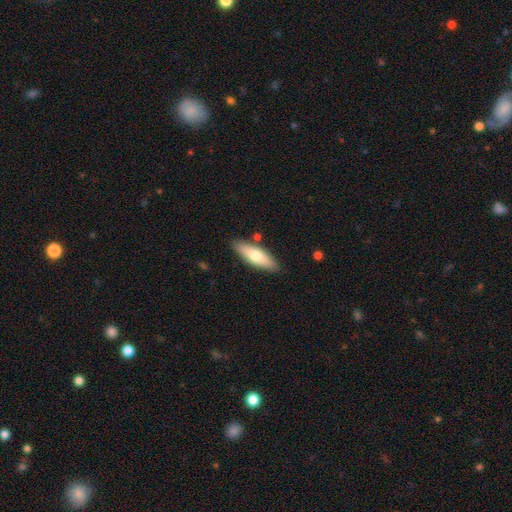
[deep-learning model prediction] smooth-or-featured: smooth: 67% | featured or disk: 27% | star or artifact: 6%
  how-rounded: in between: 49% (tied) | cigar-shaped: 49% (tied) | round: 2%
  merging: none: 84% | minor disturbance: 11% | merger: 3% | major disturbance: 2%